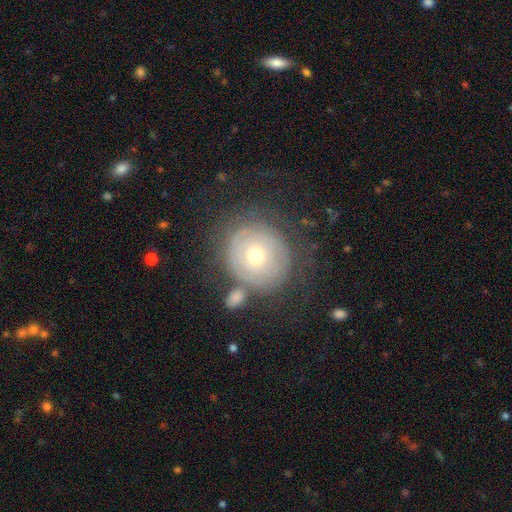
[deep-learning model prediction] Morphology: type=featured or disk (59%); edge-on=no (96%); bar=no (85%); spiral arms=yes (64%); bulge=moderate (69%); merging=none (63%).